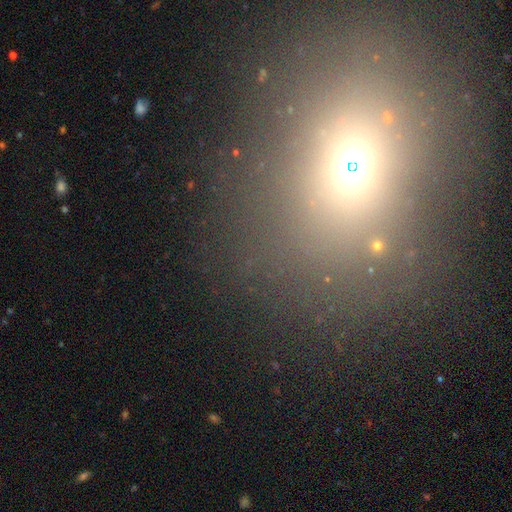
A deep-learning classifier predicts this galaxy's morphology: Q: Smooth or featured?
A: star or artifact (47%); runner-up: smooth (41%)